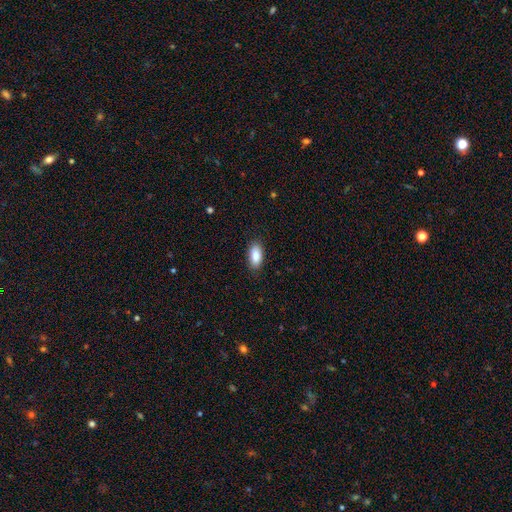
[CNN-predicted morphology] A smooth galaxy with no disk features (86%) that is in between round and cigar-shaped (91%). Merging: none (87%).